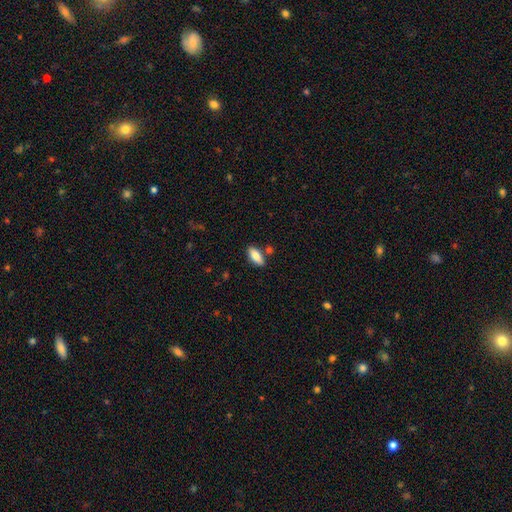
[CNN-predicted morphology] smooth-or-featured: smooth: 82% | featured or disk: 12% | star or artifact: 6%
  how-rounded: in between: 81% | cigar-shaped: 17% | round: 2%
  merging: none: 81% | minor disturbance: 10% | merger: 6% | major disturbance: 2%